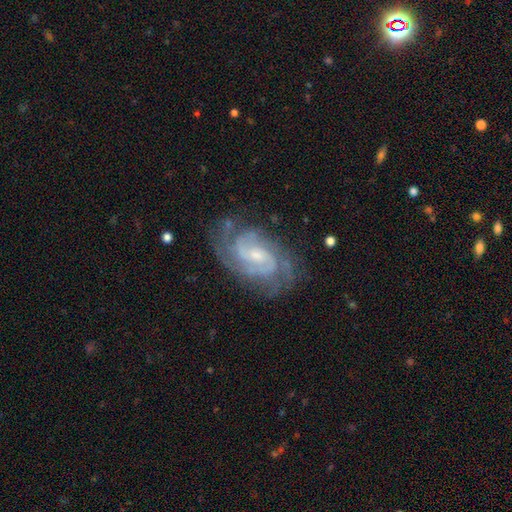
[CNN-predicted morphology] Smooth or featured?
  - featured or disk: 89% *
  - smooth: 6%
  - star or artifact: 5%
Edge-on disk?
  - no: 97% *
  - yes: 3%
Bar?
  - weak: 48% *
  - no: 41%
  - strong: 11%
Spiral arms?
  - yes: 97% *
  - no: 3%
Spiral winding?
  - tight: 55% *
  - medium: 38%
  - loose: 7%
Spiral arm count?
  - 2: 43% *
  - 3: 21%
  - can't tell: 19%
  - 4: 8%
  - 1: 4%
  - more than 4: 4%
Bulge size?
  - small: 58% *
  - moderate: 33%
  - none: 6%
  - large: 2%
  - dominant: 1%
Merging?
  - none: 72% *
  - minor disturbance: 19%
  - major disturbance: 8%
  - merger: 2%